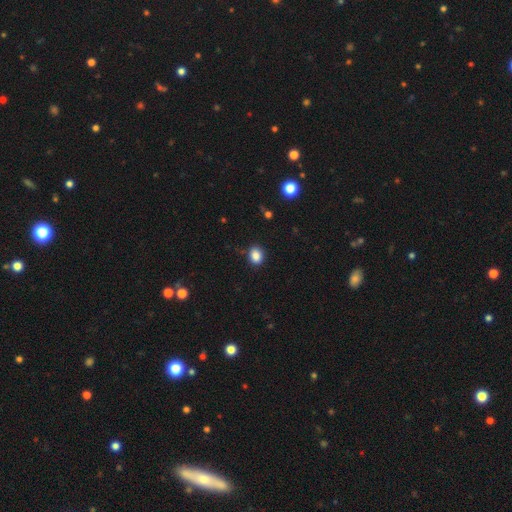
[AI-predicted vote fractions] This is clearly a smooth galaxy (86%). How rounded: possibly in between (53%). Merging: clearly none (85%).